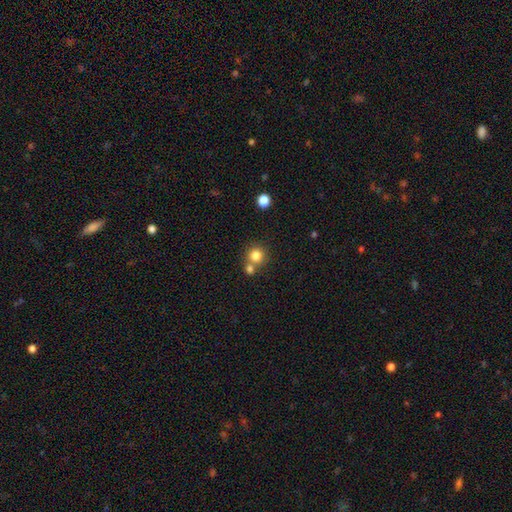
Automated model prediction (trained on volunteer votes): Smooth or featured? Predicted: smooth (p=0.81). How rounded? Predicted: round (p=0.92). Merging? Predicted: none (p=0.60).